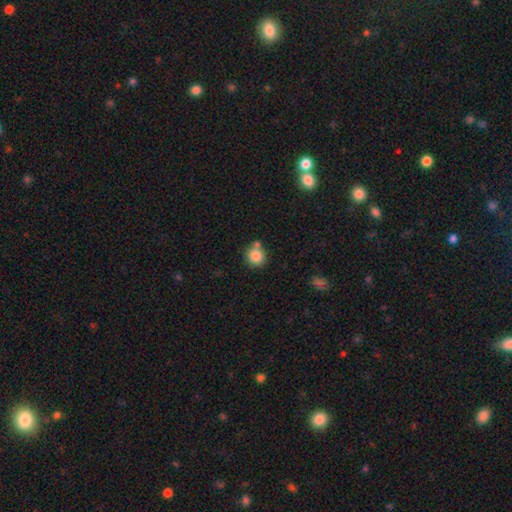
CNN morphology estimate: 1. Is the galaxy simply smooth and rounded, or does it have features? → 84% smooth, 9% star or artifact, 6% featured or disk.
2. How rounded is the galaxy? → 89% round, 10% in between, 1% cigar-shaped.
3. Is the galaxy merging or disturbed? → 64% none, 20% merger, 12% minor disturbance, 3% major disturbance.